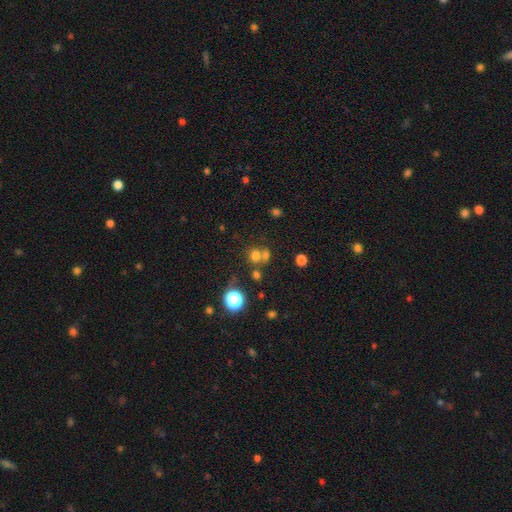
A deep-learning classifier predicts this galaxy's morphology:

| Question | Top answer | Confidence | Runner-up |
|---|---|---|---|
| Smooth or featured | smooth | 65% | star or artifact (25%) |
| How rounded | round | 83% | in between (16%) |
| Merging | none | 50% | merger (37%) |